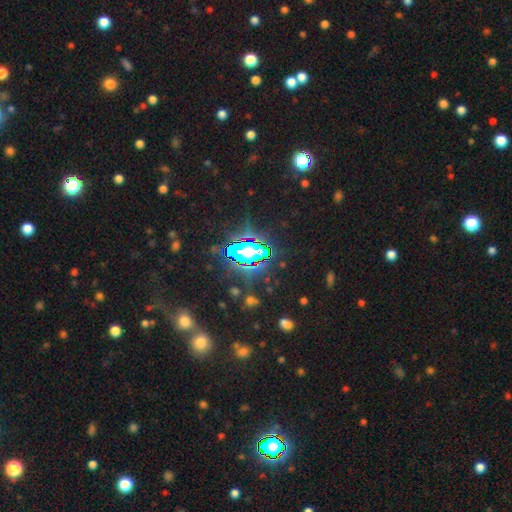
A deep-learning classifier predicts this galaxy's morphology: Smooth or featured: star or artifact — 77% (smooth — 13%)